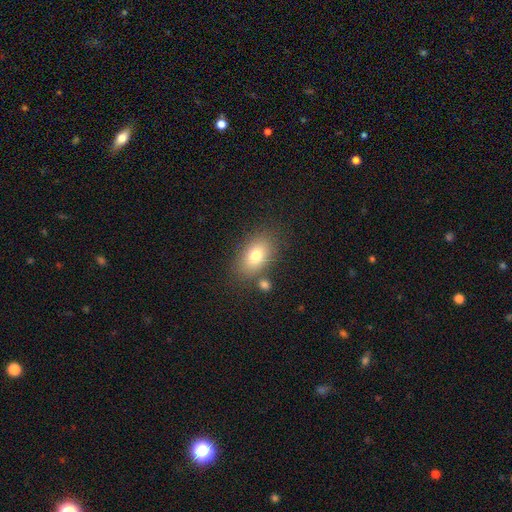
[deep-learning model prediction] Morphology: type=smooth (77%); roundness=in between (86%); merging=none (75%).